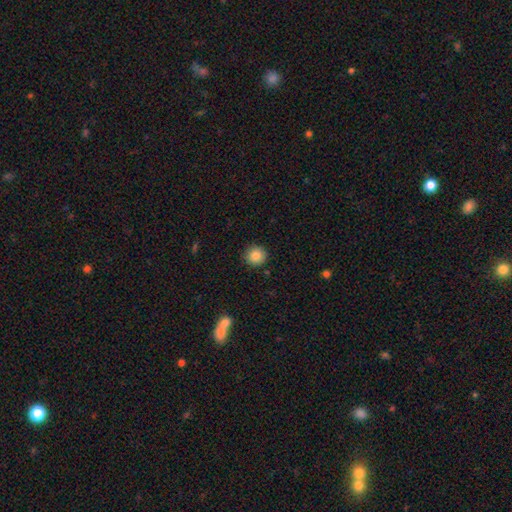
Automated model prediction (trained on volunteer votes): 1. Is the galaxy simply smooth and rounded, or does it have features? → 86% smooth, 9% star or artifact, 5% featured or disk.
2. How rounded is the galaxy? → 93% round, 7% in between, 1% cigar-shaped.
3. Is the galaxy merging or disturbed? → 90% none, 7% minor disturbance, 2% major disturbance, 1% merger.